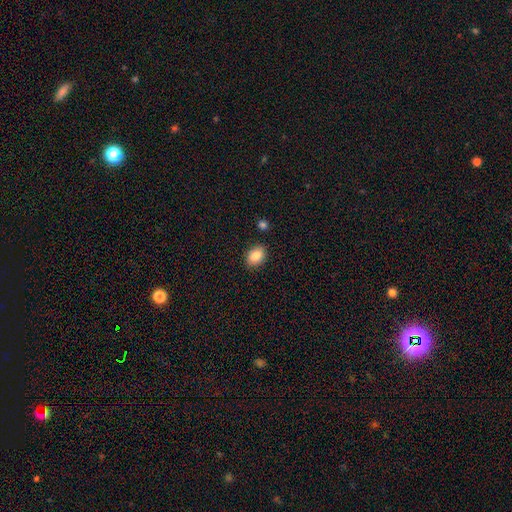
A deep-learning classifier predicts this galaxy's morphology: smooth 87%, star or artifact 8%, featured or disk 5%. Down the decision tree: how rounded — in between (78%); merging — none (85%).